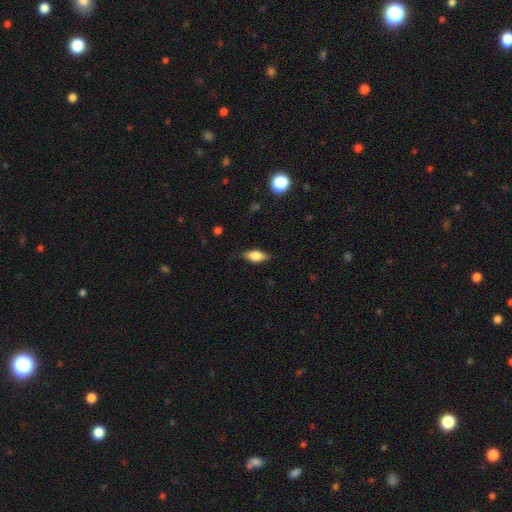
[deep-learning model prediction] smooth_or_featured: smooth (p=0.68) [alt: featured or disk p=0.25]
how_rounded: in between (p=0.80) [alt: cigar-shaped p=0.15]
merging: none (p=0.79) [alt: minor disturbance p=0.16]